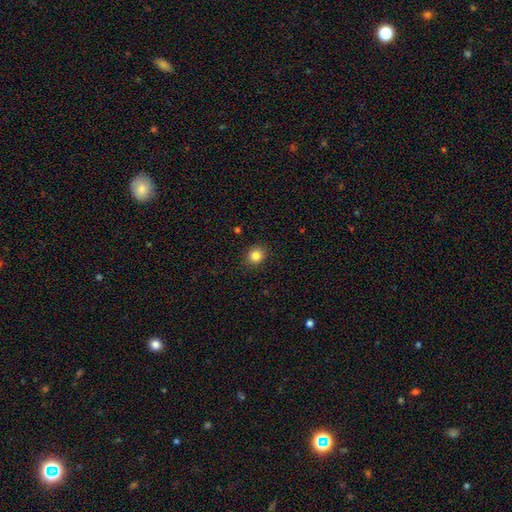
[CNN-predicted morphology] Overall: smooth (84%). How rounded: round (77%). Merging: none (90%).